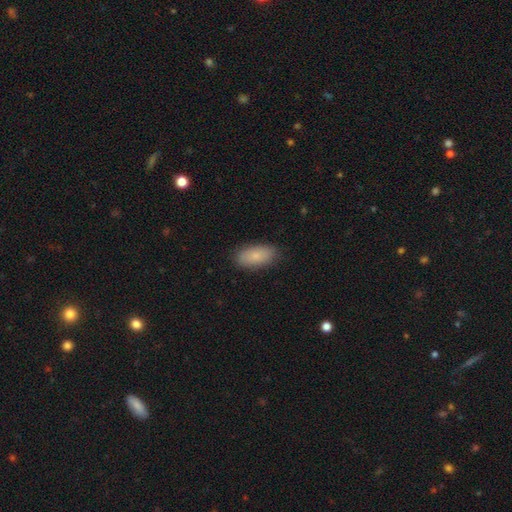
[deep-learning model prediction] Q: Smooth or featured?
A: smooth (83%); runner-up: featured or disk (10%)
Q: How rounded?
A: in between (89%); runner-up: cigar-shaped (8%)
Q: Merging?
A: none (86%); runner-up: minor disturbance (10%)